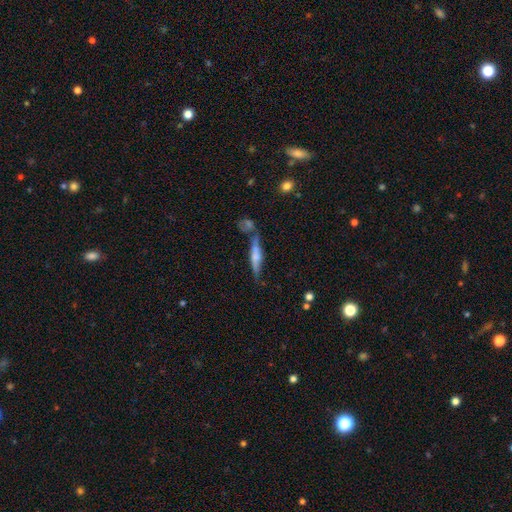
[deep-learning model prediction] A featured or disk galaxy (48%). Merging: none (61%).